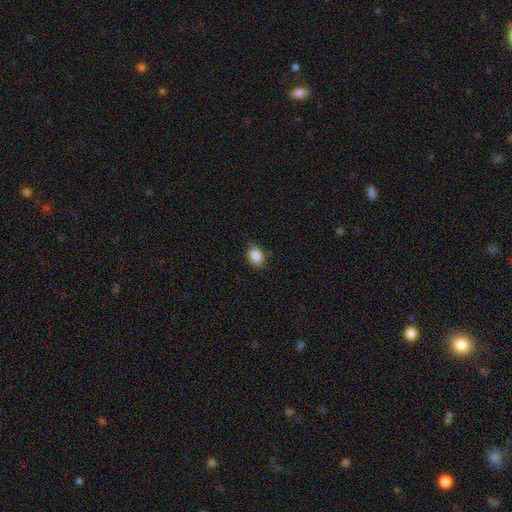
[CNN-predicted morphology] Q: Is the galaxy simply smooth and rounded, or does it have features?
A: smooth — 86%.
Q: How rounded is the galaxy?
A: in between — 63%.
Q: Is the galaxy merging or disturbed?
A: none — 80%.